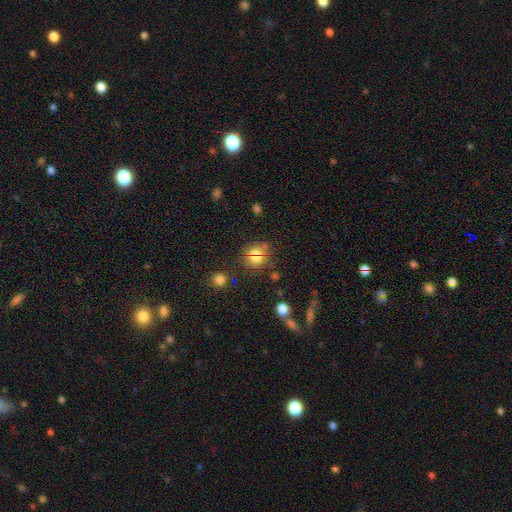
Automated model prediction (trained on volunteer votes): This appears to be a smooth galaxy with no disk features (58%) that is round (81%). Merging: none (79%).